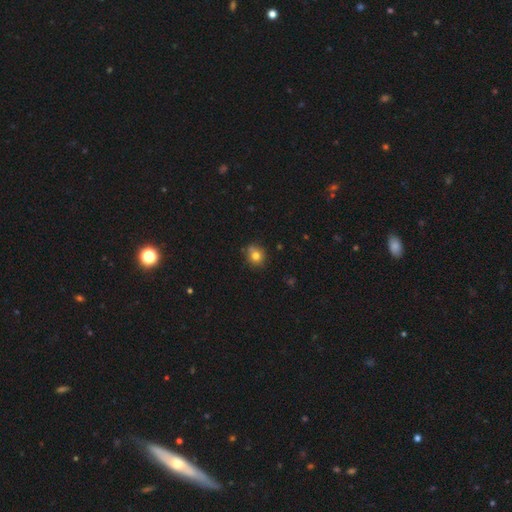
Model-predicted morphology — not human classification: Overall: smooth (77%). How rounded: round (76%). Merging: none (75%).